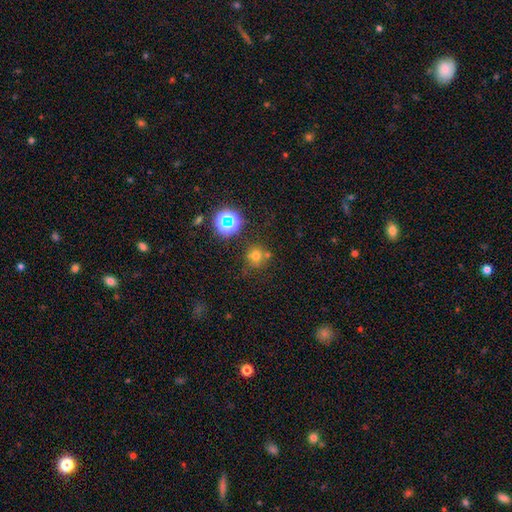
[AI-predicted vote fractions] smooth-or-featured: smooth: 65% | star or artifact: 25% | featured or disk: 10%
  how-rounded: round: 90% | in between: 9% | cigar-shaped: 1%
  merging: none: 69% | merger: 13% | minor disturbance: 13% | major disturbance: 5%